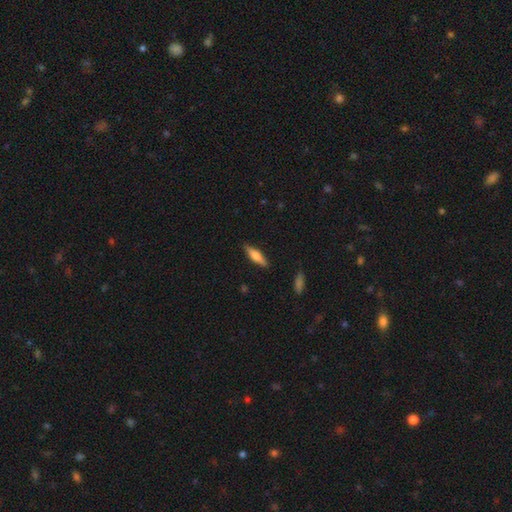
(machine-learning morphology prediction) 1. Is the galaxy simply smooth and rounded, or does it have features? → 54% smooth, 40% featured or disk, 6% star or artifact.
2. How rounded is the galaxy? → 65% cigar-shaped, 32% in between, 2% round.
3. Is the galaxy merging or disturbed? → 88% none, 9% minor disturbance, 2% major disturbance, 1% merger.